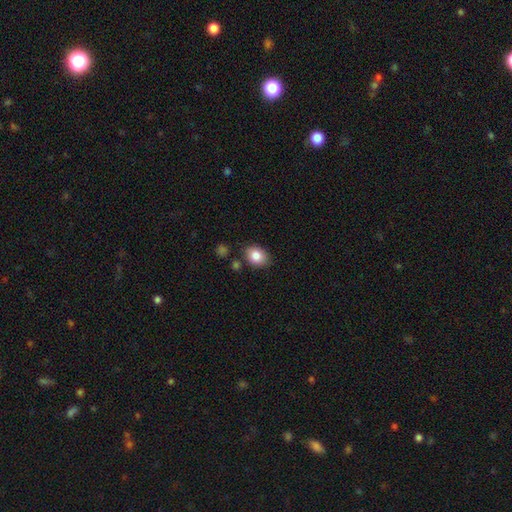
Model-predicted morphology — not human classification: smooth 84%, star or artifact 9%, featured or disk 7%. Down the decision tree: how rounded — in between (61%); merging — none (81%).